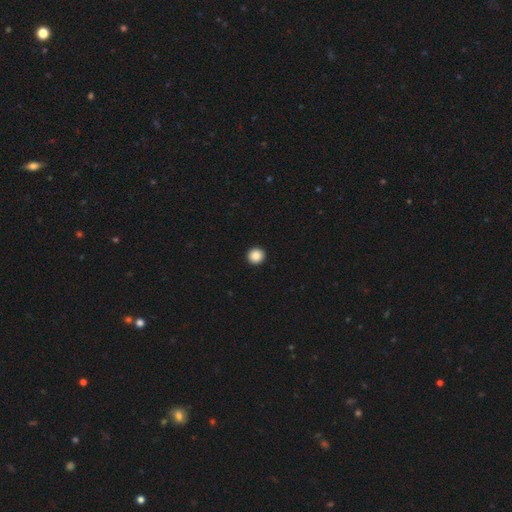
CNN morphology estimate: Overall: smooth (88%). How rounded: round (95%). Merging: none (94%).